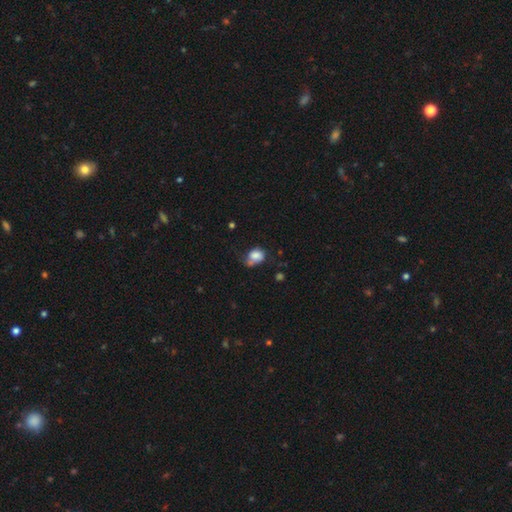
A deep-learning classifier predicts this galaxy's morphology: Q: Smooth or featured?
A: smooth (76%); runner-up: featured or disk (15%)
Q: How rounded?
A: in between (56%); runner-up: round (42%)
Q: Merging?
A: none (34%); runner-up: minor disturbance (31%)